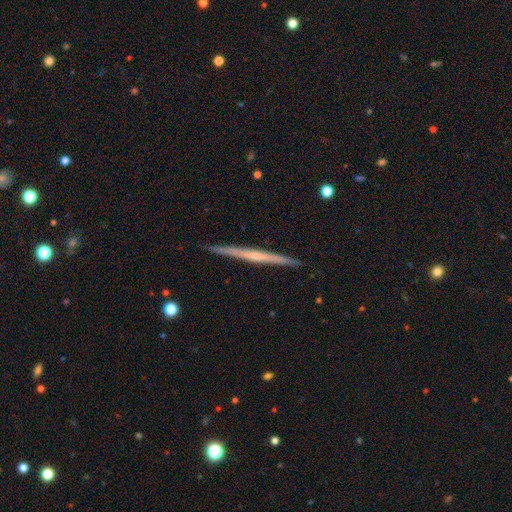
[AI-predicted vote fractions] smooth-or-featured: featured or disk: 73% | smooth: 22% | star or artifact: 6%
  disk-edge-on: yes: 98% | no: 2%
    edge-on-bulge: none: 51% | rounded: 42% | boxy: 6%
  merging: none: 92% | minor disturbance: 6% | major disturbance: 1% | merger: 1%